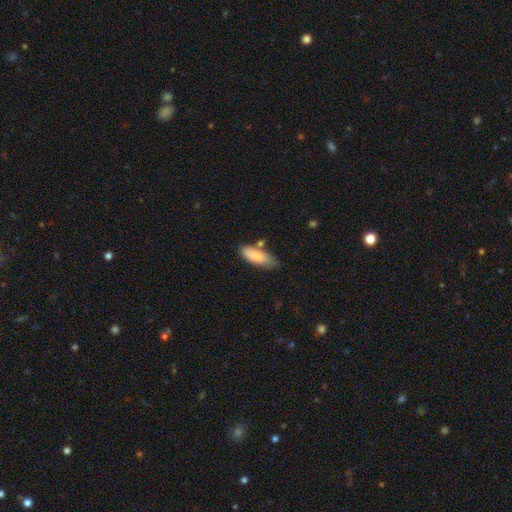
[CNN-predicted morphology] smooth-or-featured: smooth: 83% | featured or disk: 10% | star or artifact: 6%
  how-rounded: in between: 67% | cigar-shaped: 31% | round: 2%
  merging: none: 64% | minor disturbance: 23% | merger: 8% | major disturbance: 4%